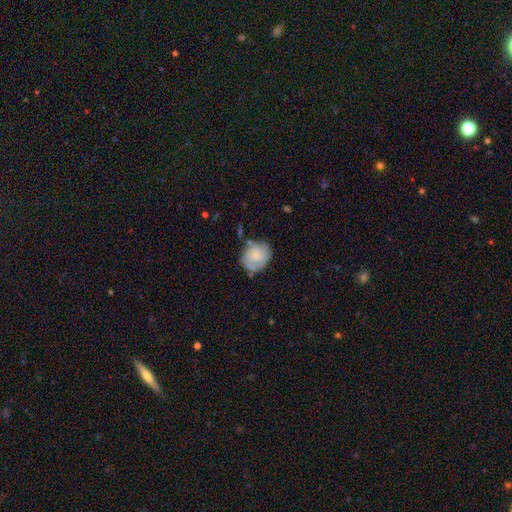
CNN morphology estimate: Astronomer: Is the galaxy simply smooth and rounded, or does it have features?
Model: smooth — 55% (runner-up: featured or disk, 37%).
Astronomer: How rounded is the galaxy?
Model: round — 63%.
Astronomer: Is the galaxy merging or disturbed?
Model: none — 57%.